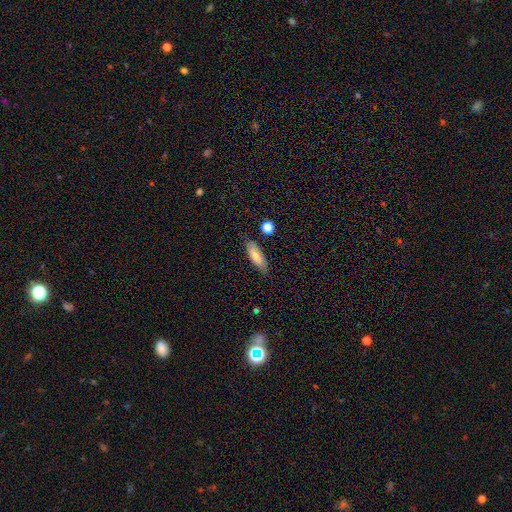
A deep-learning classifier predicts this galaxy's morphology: smooth 77%, featured or disk 16%, star or artifact 7%. Down the decision tree: how rounded — in between (58%); merging — none (80%).